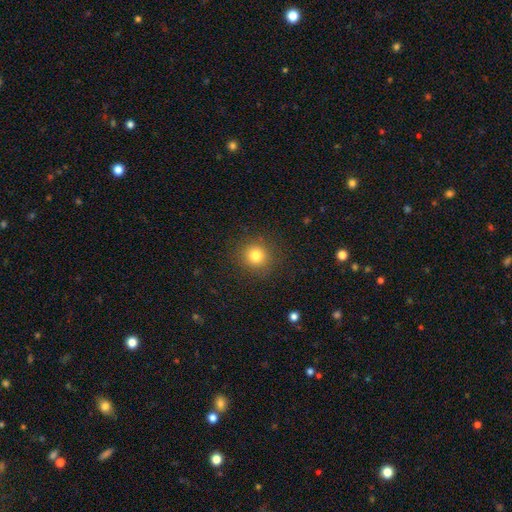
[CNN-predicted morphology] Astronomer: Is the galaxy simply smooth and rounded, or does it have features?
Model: smooth — 79%.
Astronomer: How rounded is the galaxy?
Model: round — 92%.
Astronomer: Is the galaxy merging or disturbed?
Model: none — 90%.